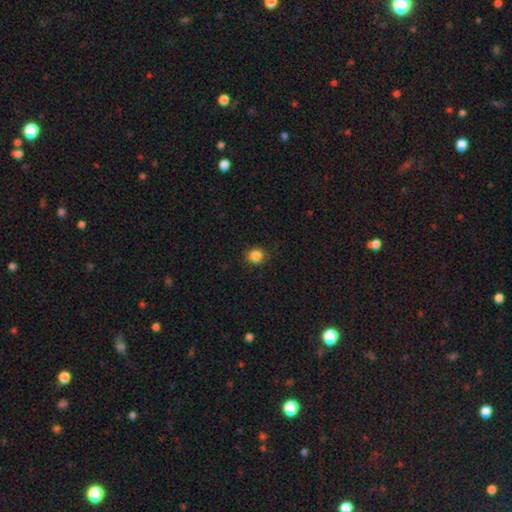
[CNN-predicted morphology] Smooth or featured? smooth (85%)
How rounded? round (90%)
Merging? none (90%)